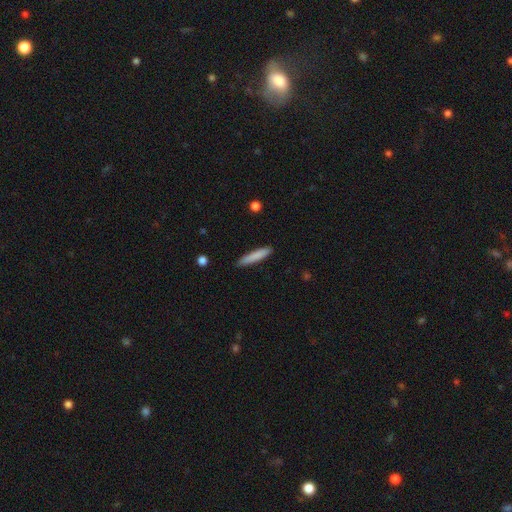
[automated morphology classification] A smooth galaxy with no disk features (82%) that is cigar-shaped (90%). Merging: none (85%).